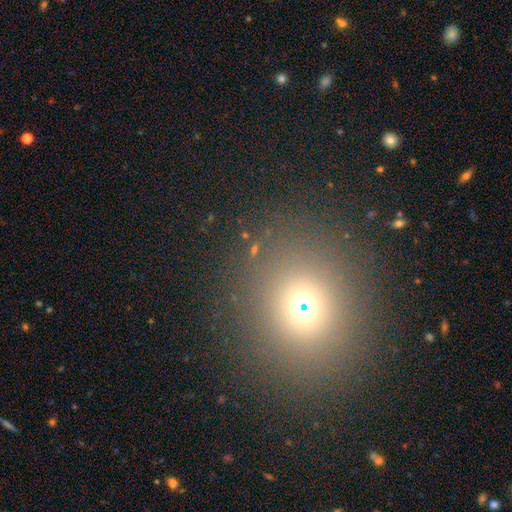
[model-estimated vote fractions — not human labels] Smooth or featured: smooth — 58% (star or artifact — 32%)
How rounded: round — 79% (in between — 19%)
Merging: none — 78% (merger — 9%)